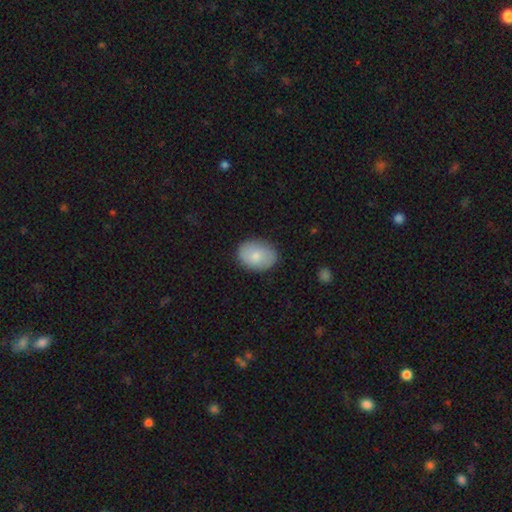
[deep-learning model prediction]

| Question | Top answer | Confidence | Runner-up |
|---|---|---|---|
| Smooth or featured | smooth | 78% | featured or disk (15%) |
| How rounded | in between | 73% | round (26%) |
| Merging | none | 85% | minor disturbance (12%) |